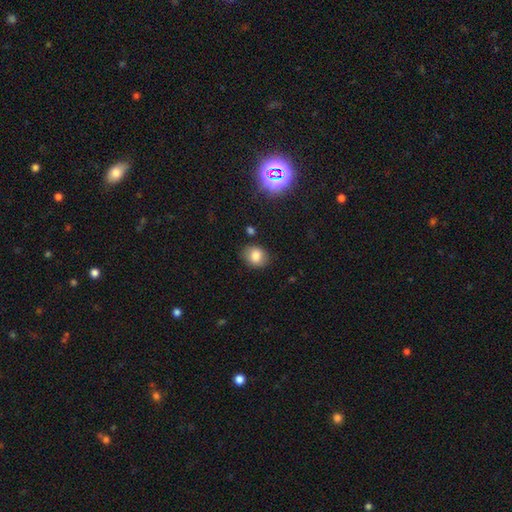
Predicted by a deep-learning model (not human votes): This is clearly a smooth galaxy (80%). How rounded: possibly round (50%). Merging: clearly none (82%).